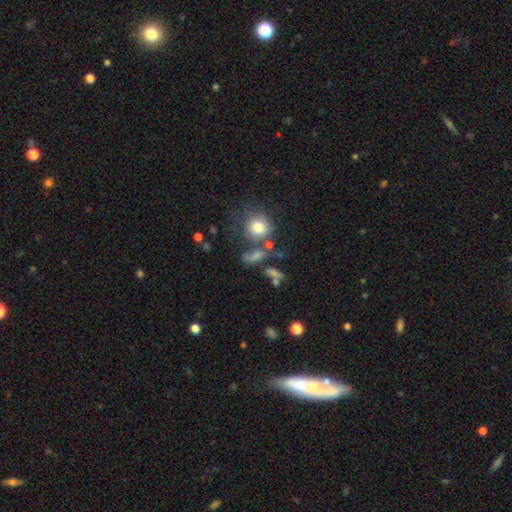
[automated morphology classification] This appears to be a smooth galaxy with no disk features (59%) that is round (49%). Merging: none (49%).